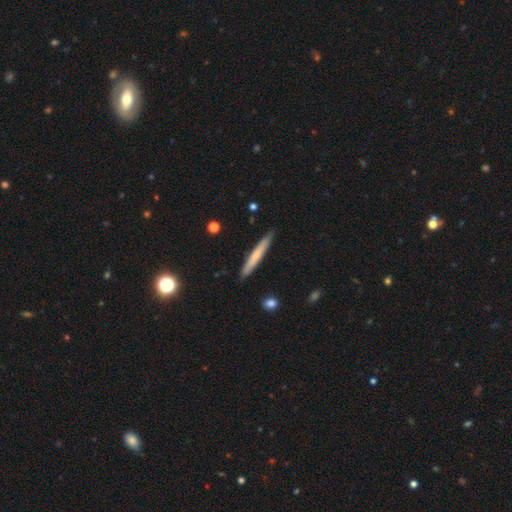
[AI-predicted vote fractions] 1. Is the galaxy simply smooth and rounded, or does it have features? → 59% smooth, 35% featured or disk, 6% star or artifact.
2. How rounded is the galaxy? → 96% cigar-shaped, 3% in between, 1% round.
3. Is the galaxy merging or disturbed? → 89% none, 8% minor disturbance, 1% major disturbance, 1% merger.